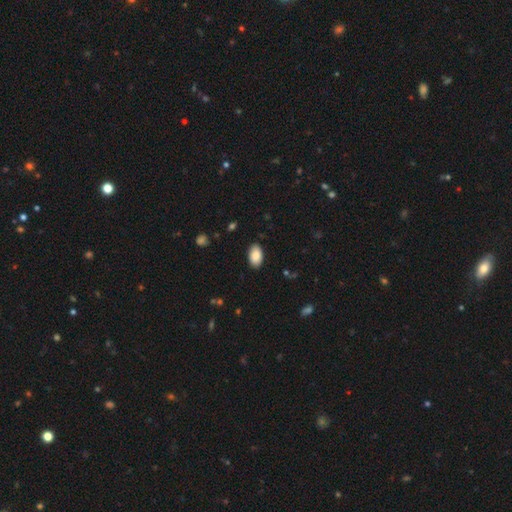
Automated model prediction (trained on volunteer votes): Q: Smooth or featured?
A: smooth (88%); runner-up: star or artifact (7%)
Q: How rounded?
A: in between (94%); runner-up: round (5%)
Q: Merging?
A: none (88%); runner-up: minor disturbance (9%)